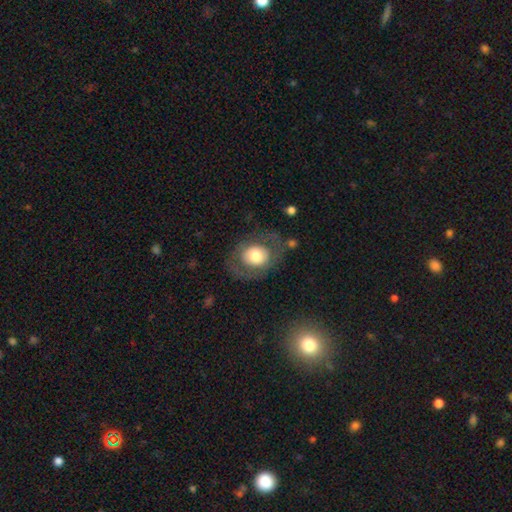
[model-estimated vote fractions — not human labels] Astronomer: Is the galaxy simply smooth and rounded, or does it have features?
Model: smooth — 58% (runner-up: featured or disk, 35%).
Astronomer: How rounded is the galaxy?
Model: round — 52% (runner-up: in between, 47%).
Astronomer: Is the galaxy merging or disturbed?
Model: none — 68%.